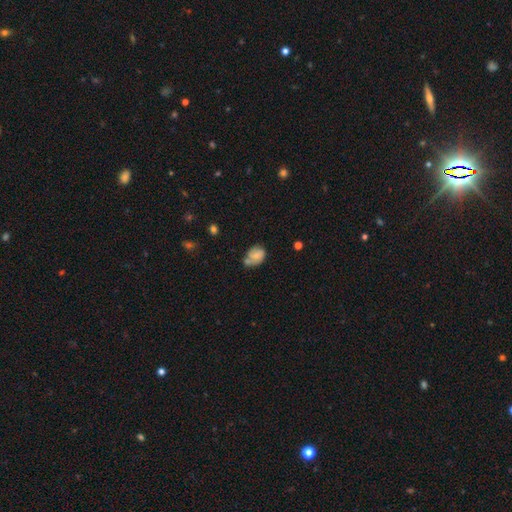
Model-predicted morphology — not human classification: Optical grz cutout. It shows a smooth galaxy with no disk features (61%) that is in between round and cigar-shaped (63%). Merging: none (41%).